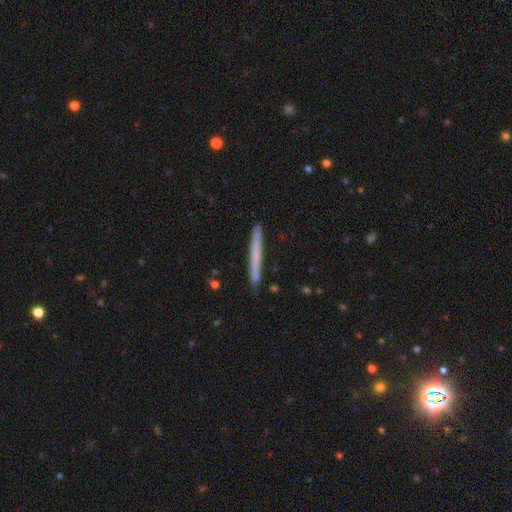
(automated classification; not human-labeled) Smooth or featured?
  - smooth: 60% *
  - featured or disk: 33%
  - star or artifact: 6%
How rounded?
  - cigar-shaped: 97% *
  - in between: 2%
  - round: 1%
Merging?
  - none: 90% *
  - minor disturbance: 7%
  - merger: 1%
  - major disturbance: 1%